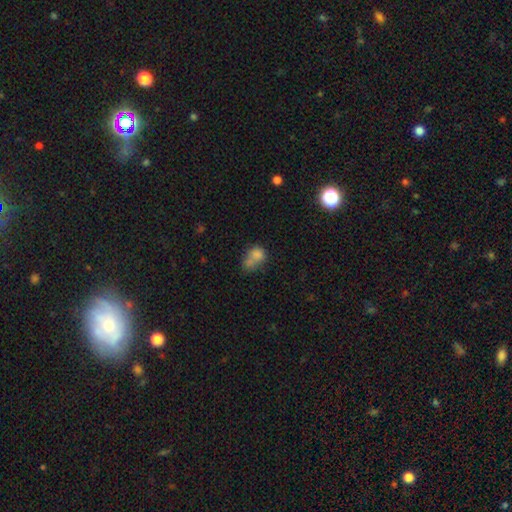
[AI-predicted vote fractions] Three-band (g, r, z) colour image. It shows a smooth galaxy with no disk features (74%) that is in between round and cigar-shaped (52%). Merging: merger (48%).